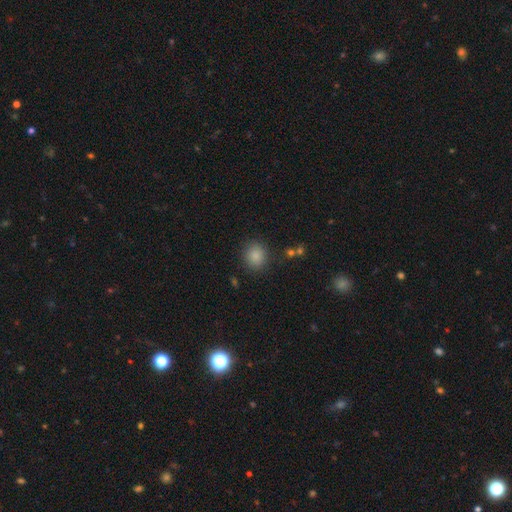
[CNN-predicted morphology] smooth 86%, star or artifact 10%, featured or disk 4%. Down the decision tree: how rounded — round (80%); merging — none (86%).